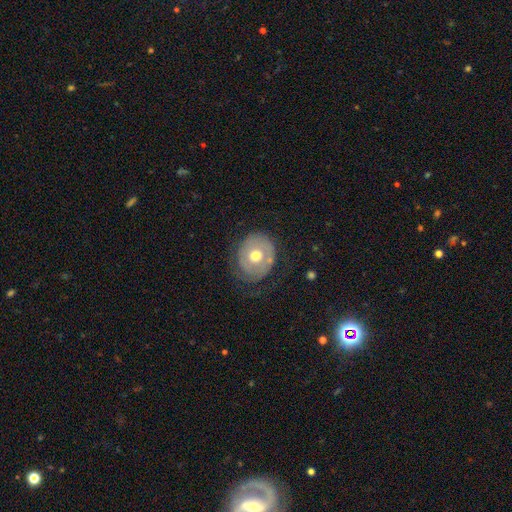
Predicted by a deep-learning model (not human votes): smooth_or_featured: featured or disk (p=0.50) [alt: smooth p=0.43]
merging: none (p=0.63) [alt: minor disturbance p=0.22]